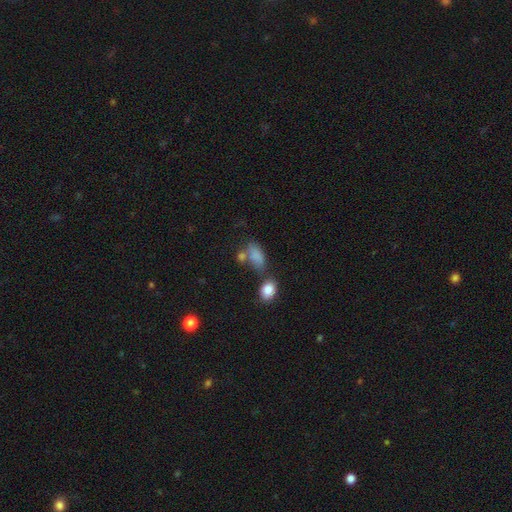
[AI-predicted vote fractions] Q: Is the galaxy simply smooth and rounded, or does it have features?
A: smooth — 80%.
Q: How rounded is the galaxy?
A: in between — 86%.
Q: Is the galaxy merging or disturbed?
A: none — 41%.